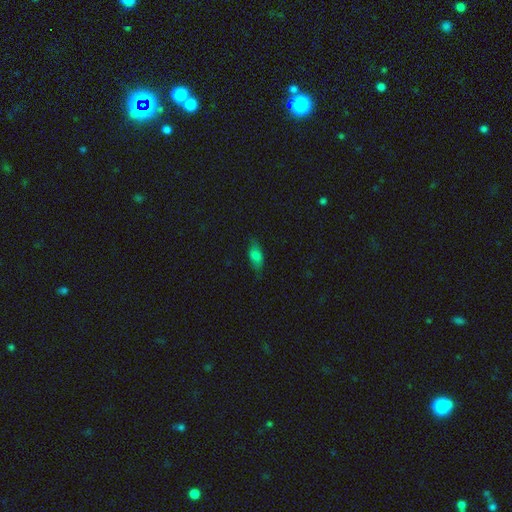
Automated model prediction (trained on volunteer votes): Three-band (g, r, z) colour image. It shows a smooth galaxy with no disk features (73%) that is in between round and cigar-shaped (81%). Merging: none (74%).